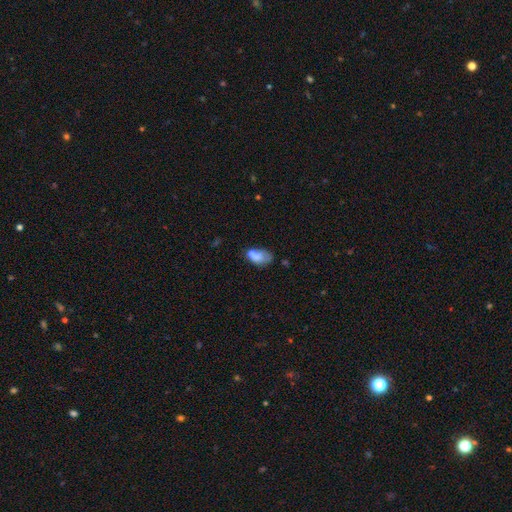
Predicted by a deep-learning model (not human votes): This appears to be a smooth galaxy with no disk features (72%) that is in between round and cigar-shaped (90%). Merging: none (34%).